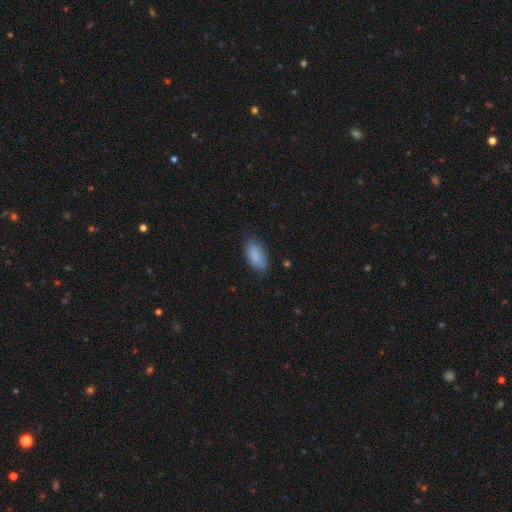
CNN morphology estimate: This appears to be a smooth galaxy with no disk features (86%) that is in between round and cigar-shaped (92%). Merging: none (78%).